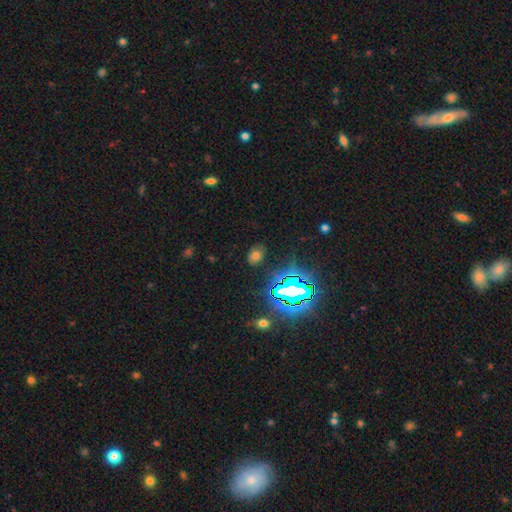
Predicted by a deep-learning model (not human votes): Morphology: type=smooth (56%); roundness=in between (66%); merging=none (81%).